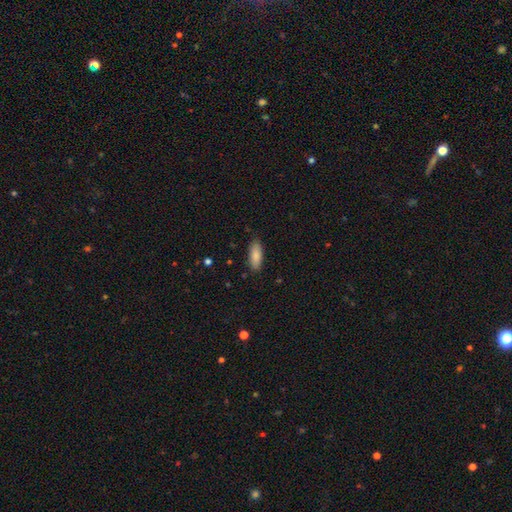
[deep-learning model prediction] smooth_or_featured: smooth (p=0.86) [alt: featured or disk p=0.08]
how_rounded: in between (p=0.75) [alt: cigar-shaped p=0.23]
merging: none (p=0.86) [alt: minor disturbance p=0.11]